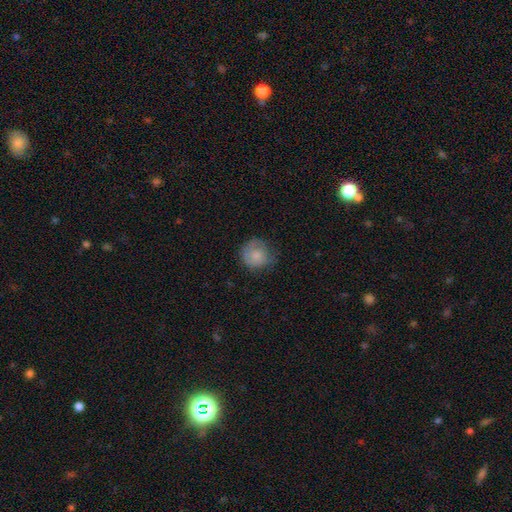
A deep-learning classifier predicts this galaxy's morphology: This appears to be a smooth galaxy with no disk features (77%) that is round (88%). Merging: none (60%).